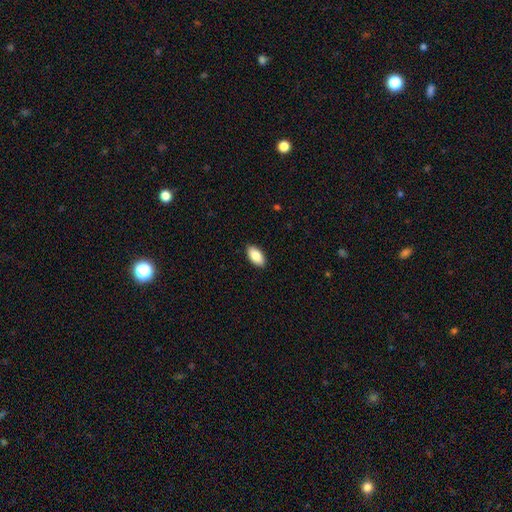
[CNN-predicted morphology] Q: Smooth or featured?
A: smooth (87%); runner-up: featured or disk (7%)
Q: How rounded?
A: in between (94%); runner-up: cigar-shaped (4%)
Q: Merging?
A: none (90%); runner-up: minor disturbance (8%)